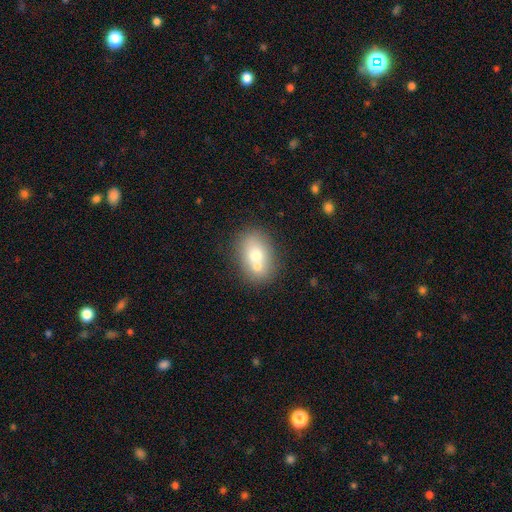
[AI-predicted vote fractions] A smooth galaxy with no disk features (67%) that is in between round and cigar-shaped (64%). Merging: none (43%).